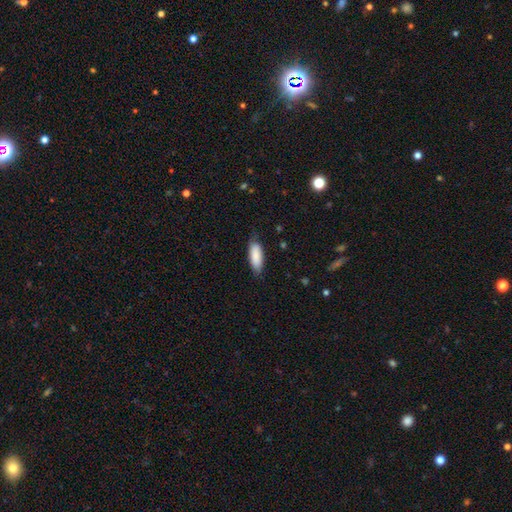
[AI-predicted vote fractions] smooth_or_featured: smooth (p=0.87) [alt: featured or disk p=0.07]
how_rounded: in between (p=0.70) [alt: cigar-shaped p=0.28]
merging: none (p=0.77) [alt: minor disturbance p=0.19]